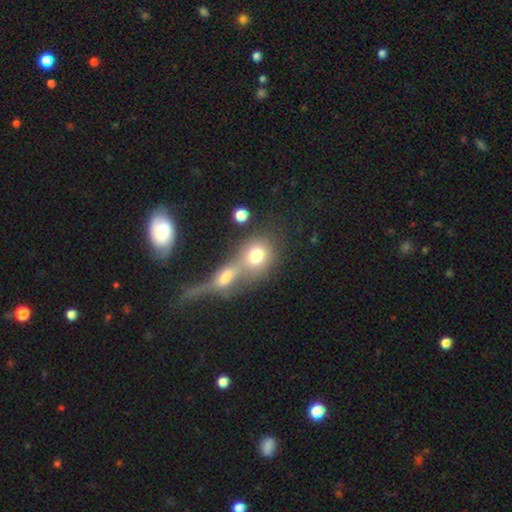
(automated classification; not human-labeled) Q: Smooth or featured?
A: smooth (72%); runner-up: featured or disk (16%)
Q: How rounded?
A: round (63%); runner-up: in between (35%)
Q: Merging?
A: merger (59%); runner-up: none (27%)